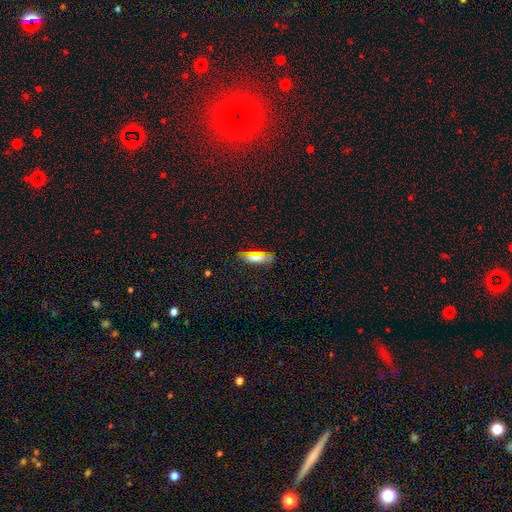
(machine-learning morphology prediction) Q: Smooth or featured?
A: smooth (61%); runner-up: featured or disk (29%)
Q: How rounded?
A: cigar-shaped (50%); runner-up: in between (47%)
Q: Merging?
A: none (85%); runner-up: minor disturbance (11%)